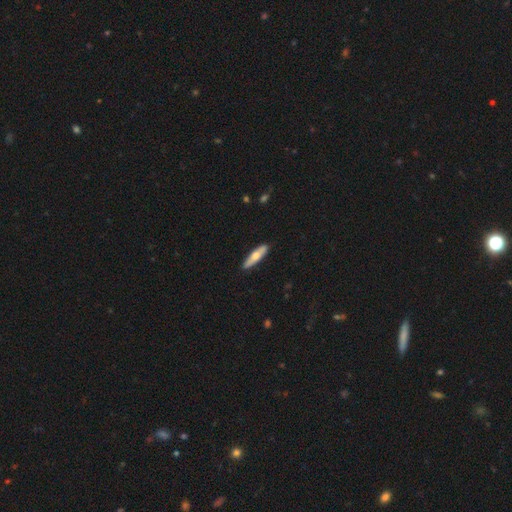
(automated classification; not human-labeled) Smooth or featured? Predicted: smooth (p=0.59). How rounded? Predicted: cigar-shaped (p=0.74). Merging? Predicted: none (p=0.89).